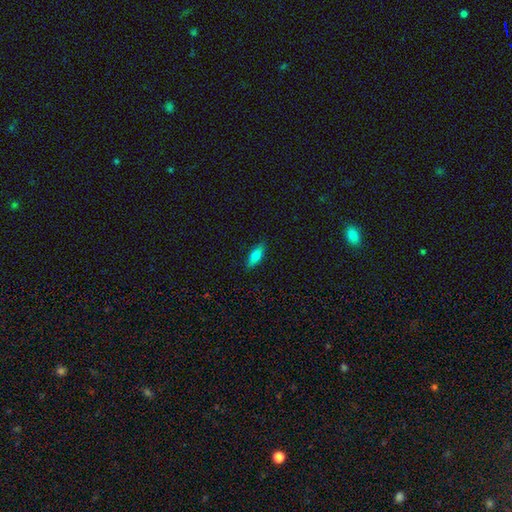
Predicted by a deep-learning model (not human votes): This is likely a smooth galaxy (76%). How rounded: possibly in between (58%). Merging: clearly none (87%).